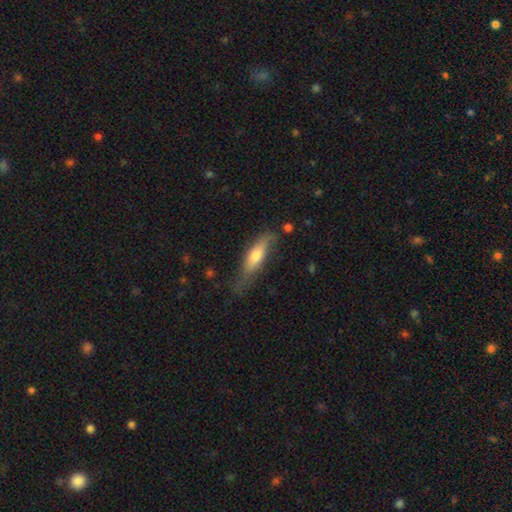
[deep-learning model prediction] smooth_or_featured: smooth (p=0.58) [alt: featured or disk p=0.36]
how_rounded: cigar-shaped (p=0.62) [alt: in between p=0.36]
merging: none (p=0.58) [alt: minor disturbance p=0.29]